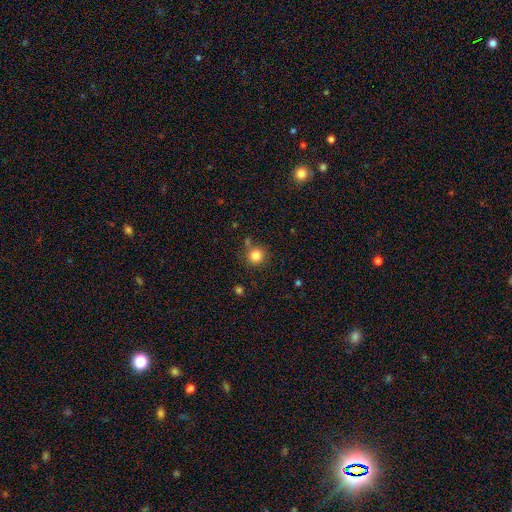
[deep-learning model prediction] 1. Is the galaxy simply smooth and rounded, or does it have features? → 83% smooth, 12% star or artifact, 5% featured or disk.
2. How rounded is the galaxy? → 94% round, 5% in between, 1% cigar-shaped.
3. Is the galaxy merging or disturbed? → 79% none, 10% minor disturbance, 7% merger, 3% major disturbance.